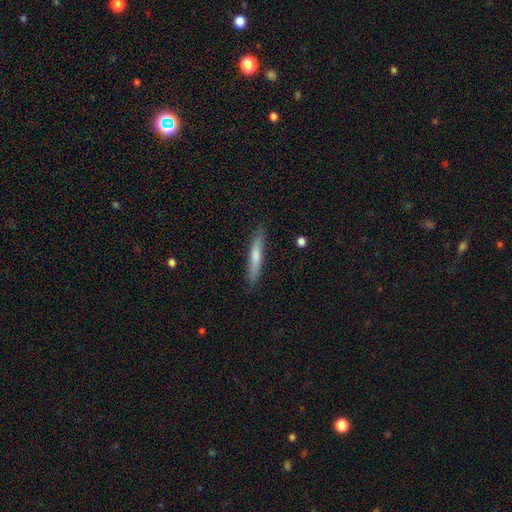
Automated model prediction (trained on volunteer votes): Overall: smooth (65%; featured or disk 29%). How rounded: cigar-shaped (93%). Merging: none (86%).